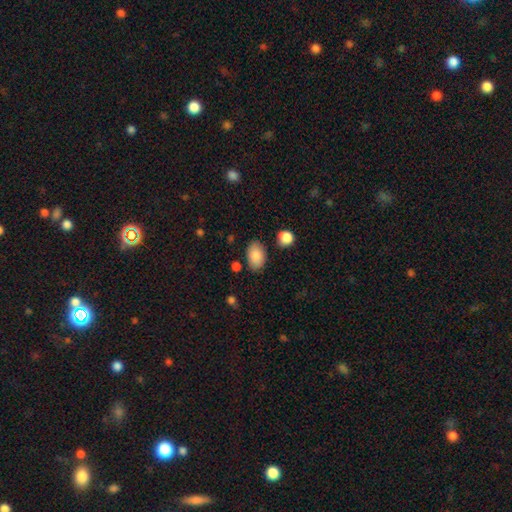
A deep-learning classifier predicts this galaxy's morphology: A smooth galaxy with no disk features (87%) that is in between round and cigar-shaped (88%). Merging: none (79%).